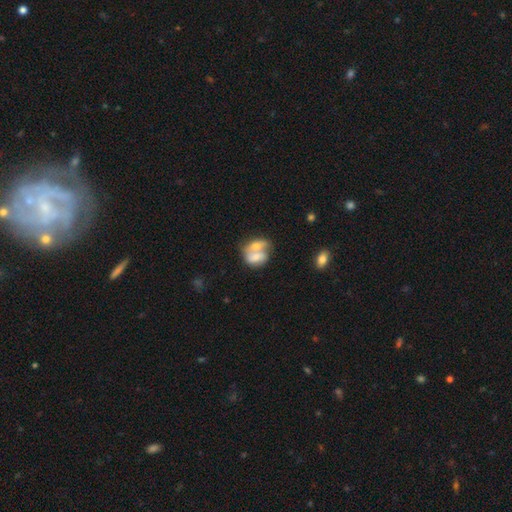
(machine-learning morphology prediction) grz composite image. It shows a smooth galaxy with no disk features (59%) that is in between round and cigar-shaped (71%). Merging: merger (74%).